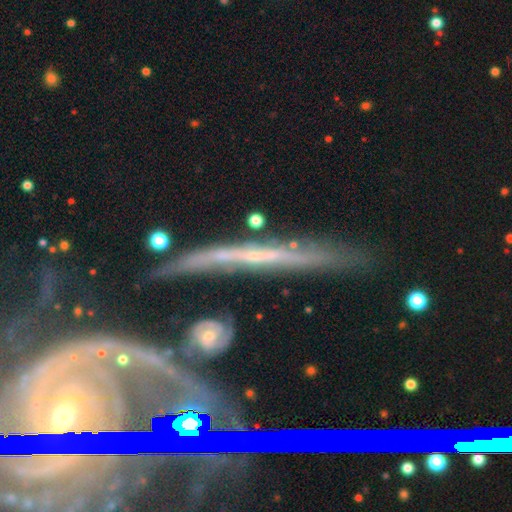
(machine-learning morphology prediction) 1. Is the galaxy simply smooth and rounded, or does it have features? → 69% featured or disk, 19% smooth, 12% star or artifact.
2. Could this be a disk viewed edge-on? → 79% yes, 21% no.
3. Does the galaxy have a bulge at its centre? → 70% none, 22% rounded, 9% boxy.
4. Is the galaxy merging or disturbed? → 70% none, 17% minor disturbance, 7% major disturbance, 6% merger.